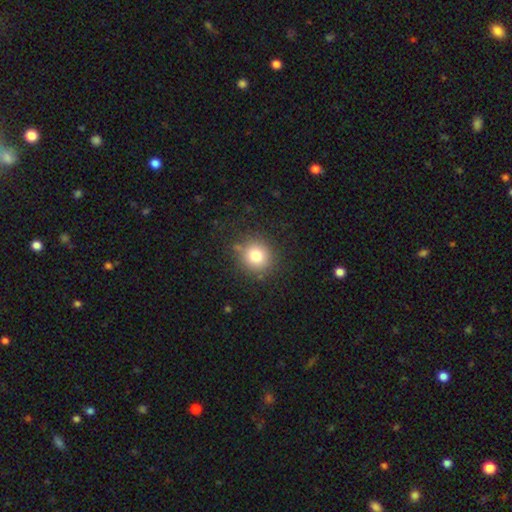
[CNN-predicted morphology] smooth_or_featured: smooth (p=0.78) [alt: star or artifact p=0.13]
how_rounded: round (p=0.90) [alt: in between p=0.09]
merging: none (p=0.83) [alt: minor disturbance p=0.10]